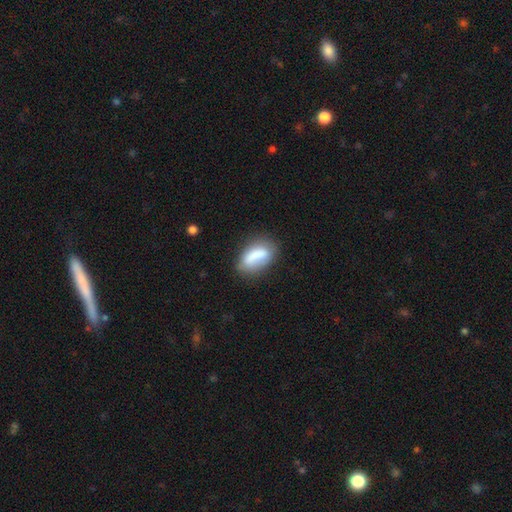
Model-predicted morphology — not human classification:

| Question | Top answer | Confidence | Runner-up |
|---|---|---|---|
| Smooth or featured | smooth | 75% | featured or disk (17%) |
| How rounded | in between | 86% | cigar-shaped (8%) |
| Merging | none | 55% | minor disturbance (26%) |